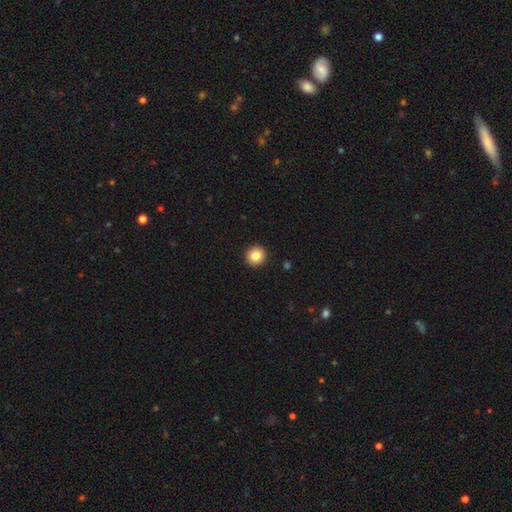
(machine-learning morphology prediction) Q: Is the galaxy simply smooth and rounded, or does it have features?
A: smooth — 84%.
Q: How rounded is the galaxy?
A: round — 95%.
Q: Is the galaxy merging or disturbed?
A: none — 93%.